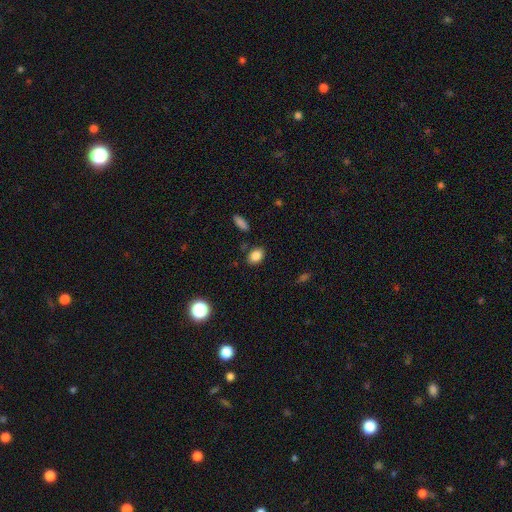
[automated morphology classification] smooth 85%, star or artifact 9%, featured or disk 6%. Down the decision tree: how rounded — in between (74%); merging — none (83%).